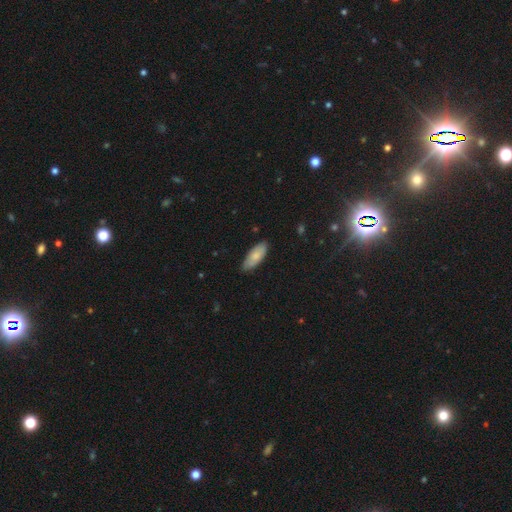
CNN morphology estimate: Smooth or featured?
  - smooth: 80% *
  - featured or disk: 14%
  - star or artifact: 5%
How rounded?
  - in between: 79% *
  - cigar-shaped: 20%
  - round: 2%
Merging?
  - none: 82% *
  - minor disturbance: 15%
  - major disturbance: 2%
  - merger: 1%